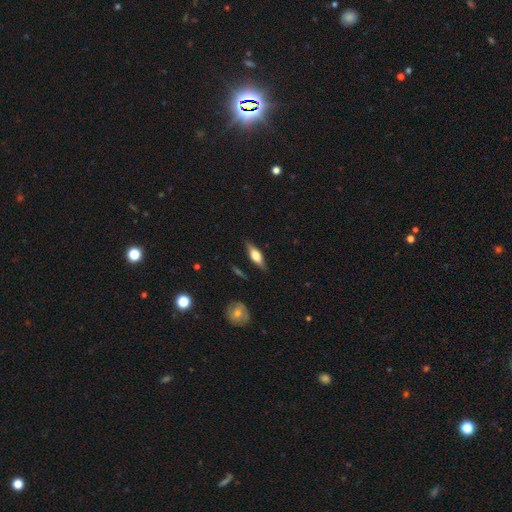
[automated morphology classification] This is possibly a smooth galaxy (54%). How rounded: possibly in between (55%). Merging: clearly none (83%).